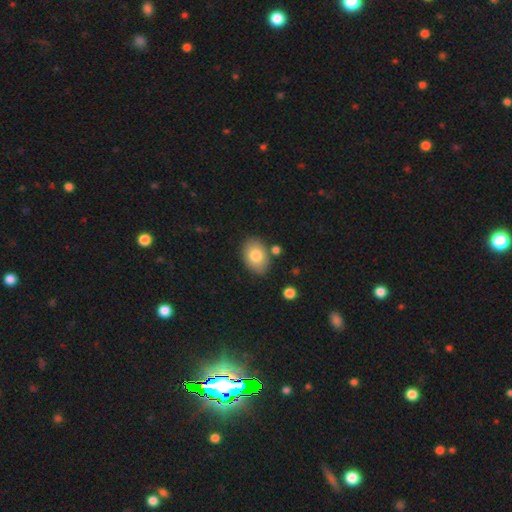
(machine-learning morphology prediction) Smooth or featured? smooth (78%)
How rounded? in between (82%)
Merging? none (80%)